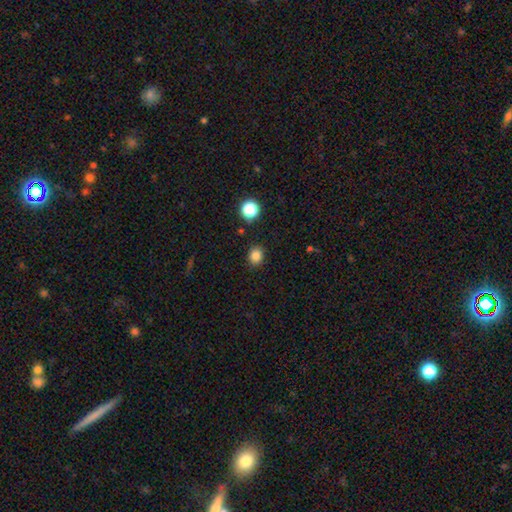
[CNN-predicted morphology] smooth_or_featured: smooth (p=0.83) [alt: star or artifact p=0.12]
how_rounded: round (p=0.65) [alt: in between p=0.34]
merging: none (p=0.87) [alt: minor disturbance p=0.08]